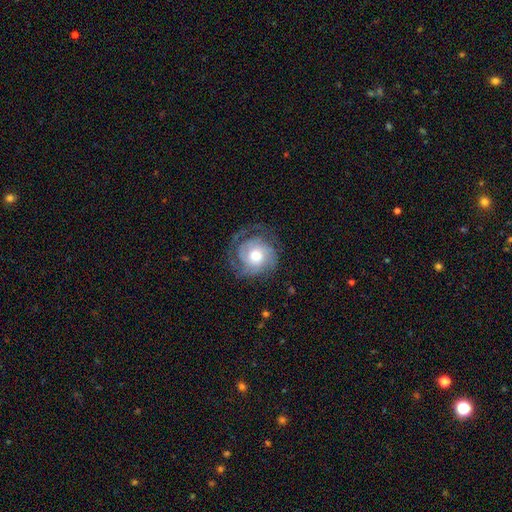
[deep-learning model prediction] The model was most divided on "spiral arm count": can't tell: 31%, 2: 26%, 3: 23%, 1: 8%, 4: 7%, more than 4: 5%. More confident: edge-on disk — no (98%); spiral arms — yes (92%); bar — no (77%); smooth or featured — featured or disk (75%); bulge size — moderate (68%); merging — none (67%); spiral winding — tight (60%).